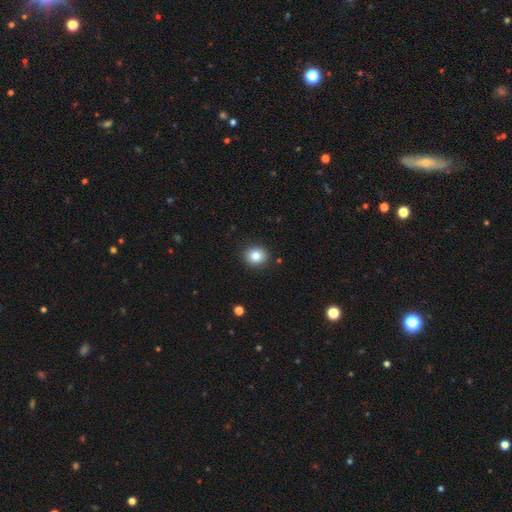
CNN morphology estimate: A smooth galaxy with no disk features (84%) that is round (77%).

Vote fractions:
- Smooth or featured? smooth: 84% / star or artifact: 10% / featured or disk: 7%
- How rounded? round: 77% / in between: 22% / cigar-shaped: 1%
- Merging? none: 90% / minor disturbance: 7% / major disturbance: 2% / merger: 1%